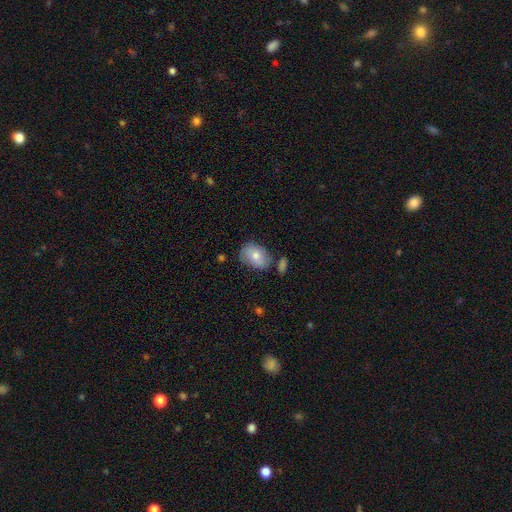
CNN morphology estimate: Q: Smooth or featured?
A: smooth (75%); runner-up: featured or disk (18%)
Q: How rounded?
A: in between (78%); runner-up: round (20%)
Q: Merging?
A: none (69%); runner-up: minor disturbance (19%)